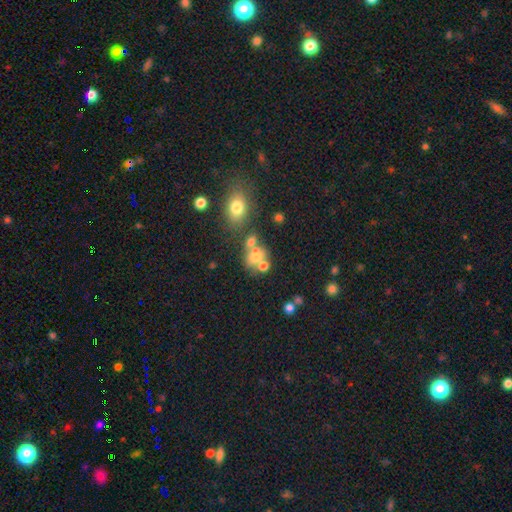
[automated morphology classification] type=smooth (61%); roundness=round (59%); merging=merger (43%).